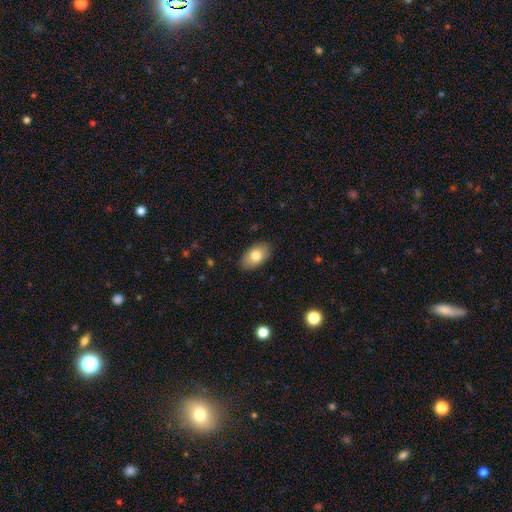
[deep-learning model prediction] Smooth or featured: smooth — 79% (featured or disk — 14%)
How rounded: in between — 92% (round — 7%)
Merging: none — 86% (minor disturbance — 11%)